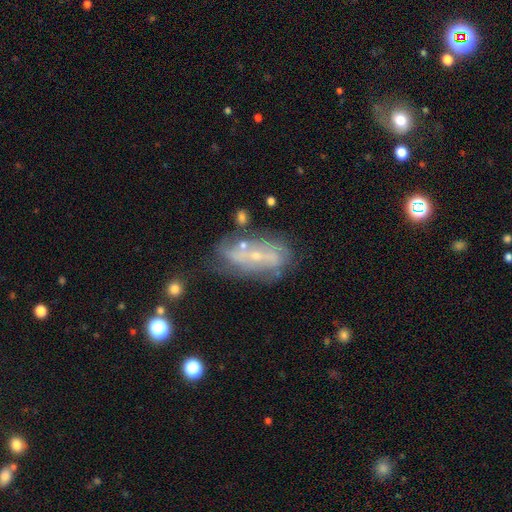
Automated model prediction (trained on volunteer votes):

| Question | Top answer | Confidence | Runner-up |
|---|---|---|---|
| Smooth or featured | featured or disk | 73% | smooth (18%) |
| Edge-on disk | no | 87% | yes (13%) |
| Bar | no | 49% | weak (32%) |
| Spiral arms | yes | 74% | no (26%) |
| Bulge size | small | 76% | moderate (18%) |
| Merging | none | 56% | minor disturbance (22%) |